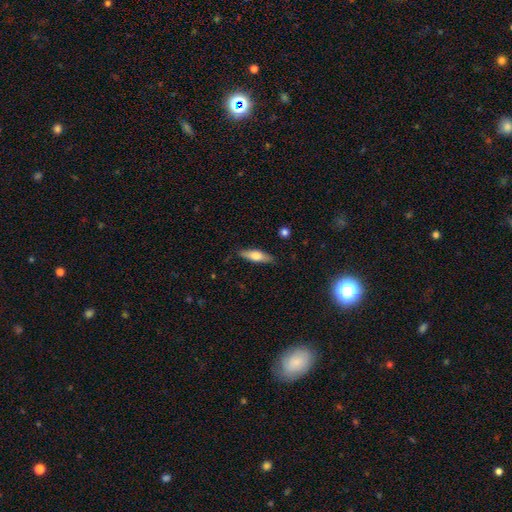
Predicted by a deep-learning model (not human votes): Smooth or featured? smooth (60%)
How rounded? cigar-shaped (58%)
Merging? none (86%)